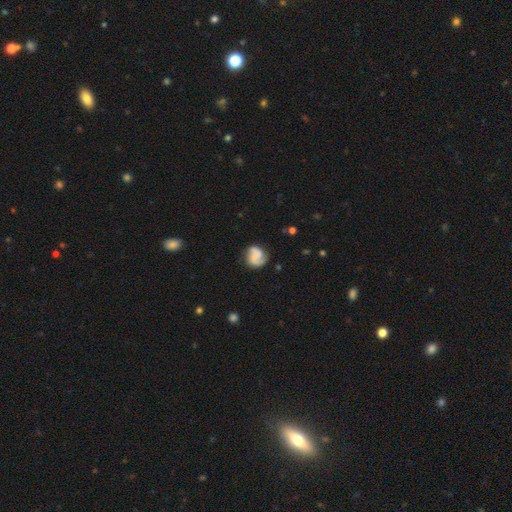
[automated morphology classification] This is possibly a featured or disk galaxy (55%). It is clearly not viewed edge-on (98%). Bar: possibly no (55%). Spiral arm pattern: clearly yes (90%). Central bulge: possibly none (58%). Merging: likely none (70%).